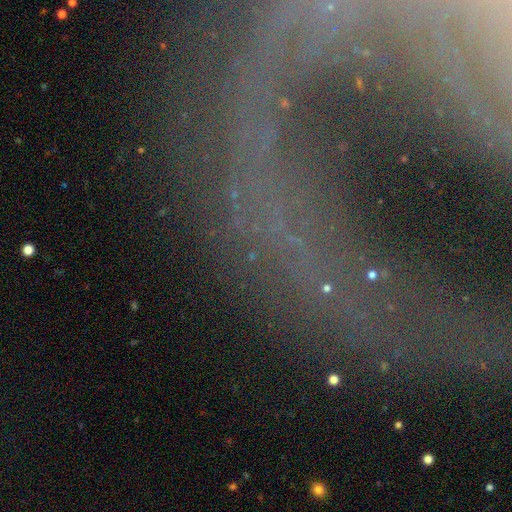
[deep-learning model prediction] Overall: featured or disk (50%; star or artifact 34%). Merging: none (58%).